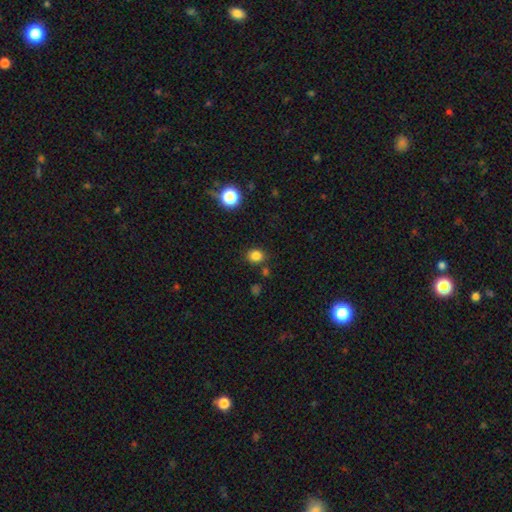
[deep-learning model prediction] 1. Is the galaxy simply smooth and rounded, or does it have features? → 83% smooth, 13% star or artifact, 4% featured or disk.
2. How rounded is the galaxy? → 68% round, 31% in between, 1% cigar-shaped.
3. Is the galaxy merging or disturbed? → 83% none, 10% minor disturbance, 5% merger, 3% major disturbance.